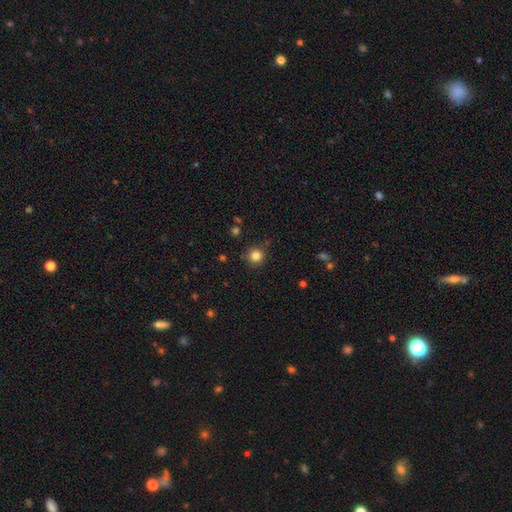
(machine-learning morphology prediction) Q: Smooth or featured?
A: smooth (82%); runner-up: star or artifact (13%)
Q: How rounded?
A: round (94%); runner-up: in between (5%)
Q: Merging?
A: none (87%); runner-up: minor disturbance (8%)